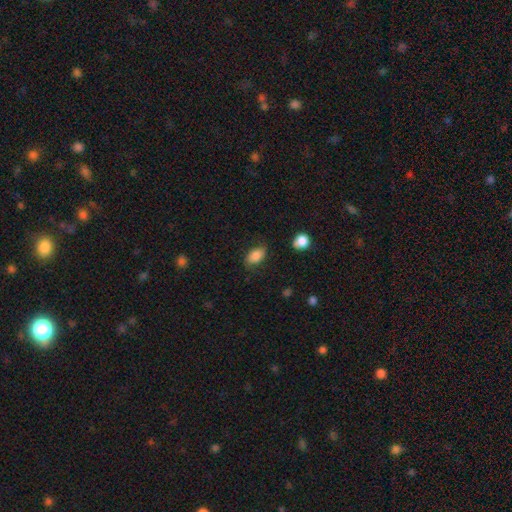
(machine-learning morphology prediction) Smooth or featured? Predicted: smooth (p=0.83). How rounded? Predicted: in between (p=0.89). Merging? Predicted: none (p=0.76).